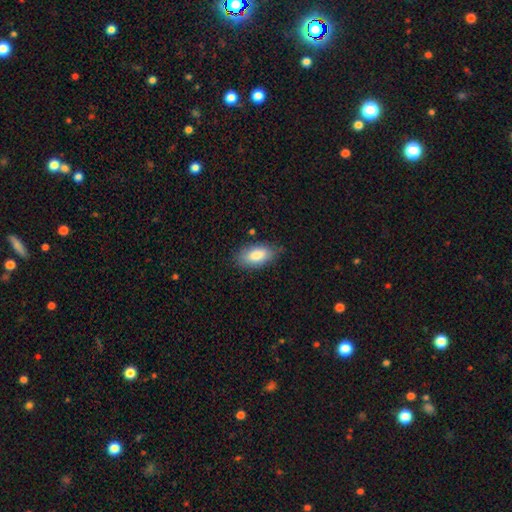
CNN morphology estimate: Smooth or featured?
  - smooth: 83% *
  - featured or disk: 10%
  - star or artifact: 7%
How rounded?
  - in between: 92% *
  - cigar-shaped: 5%
  - round: 4%
Merging?
  - none: 75% *
  - minor disturbance: 20%
  - major disturbance: 4%
  - merger: 2%